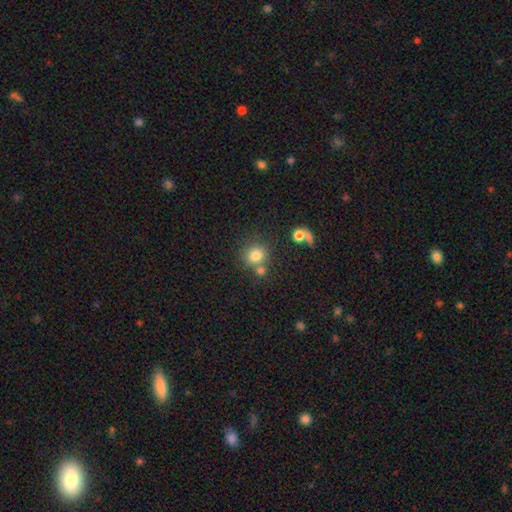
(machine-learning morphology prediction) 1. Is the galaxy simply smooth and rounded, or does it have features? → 79% smooth, 13% star or artifact, 8% featured or disk.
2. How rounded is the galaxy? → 87% round, 12% in between, 1% cigar-shaped.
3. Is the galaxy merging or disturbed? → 65% none, 22% merger, 10% minor disturbance, 4% major disturbance.